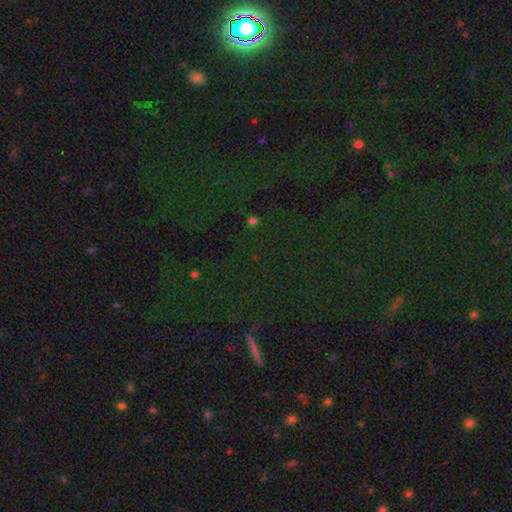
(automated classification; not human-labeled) A star or artifact, not a galaxy (76%).

Vote fractions:
- Smooth or featured? star or artifact: 76% / smooth: 16% / featured or disk: 8%